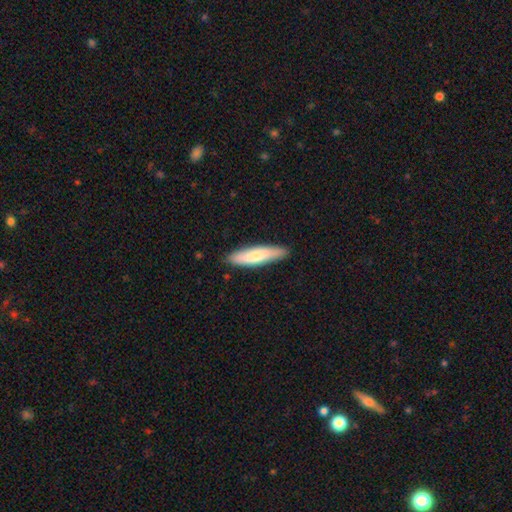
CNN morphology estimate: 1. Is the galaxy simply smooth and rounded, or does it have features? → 71% smooth, 23% featured or disk, 6% star or artifact.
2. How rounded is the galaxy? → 79% cigar-shaped, 19% in between, 1% round.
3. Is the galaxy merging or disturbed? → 88% none, 9% minor disturbance, 2% major disturbance, 1% merger.